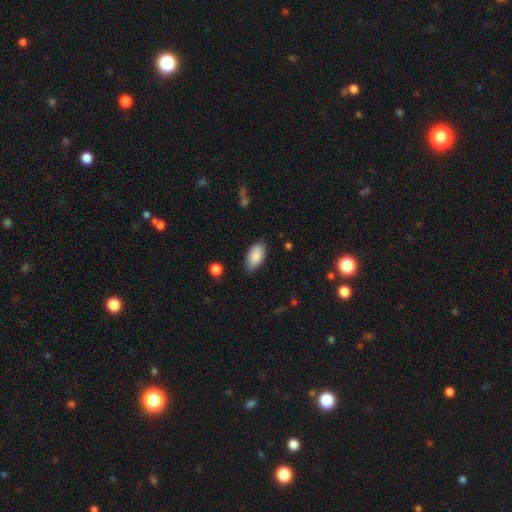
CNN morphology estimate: type=smooth (88%); roundness=in between (94%); merging=none (79%).